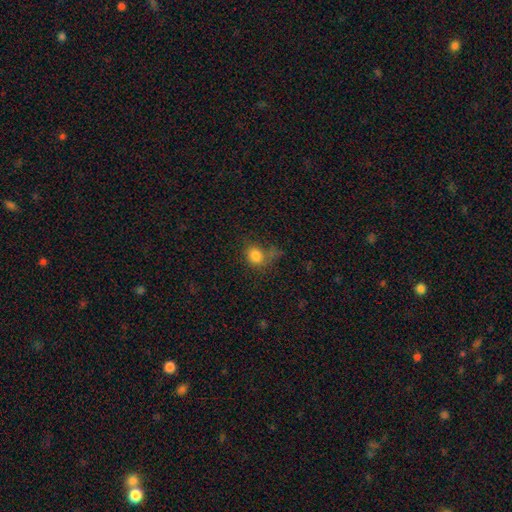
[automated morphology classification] This is clearly a smooth galaxy (80%). How rounded: likely round (69%). Merging: possibly none (50%).